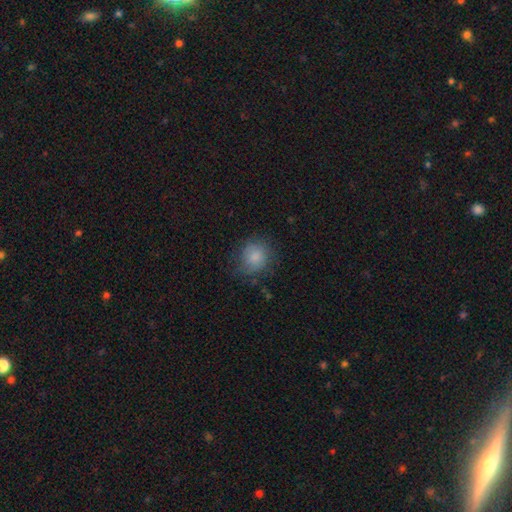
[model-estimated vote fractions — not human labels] This is likely a smooth galaxy (74%). How rounded: clearly round (83%). Merging: likely none (70%).